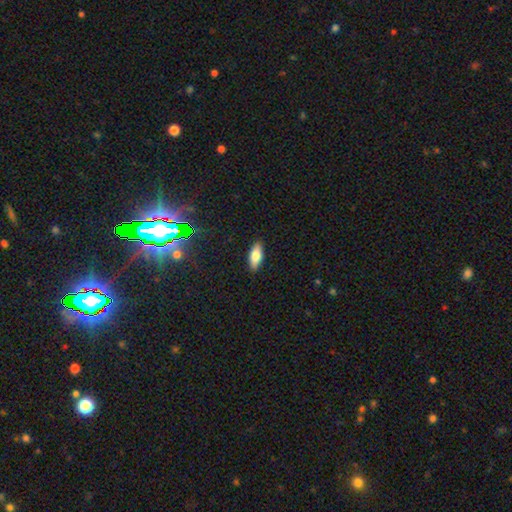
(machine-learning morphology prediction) Overall: smooth (75%). How rounded: in between (78%). Merging: none (90%).